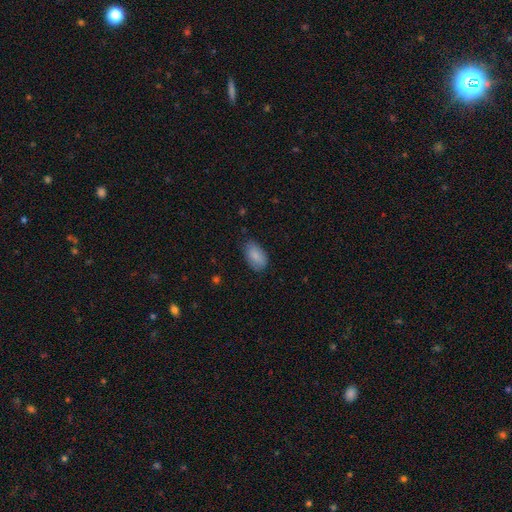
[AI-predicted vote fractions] Smooth or featured?
  - smooth: 85% *
  - featured or disk: 9%
  - star or artifact: 6%
How rounded?
  - in between: 94% *
  - round: 4%
  - cigar-shaped: 2%
Merging?
  - none: 71% *
  - minor disturbance: 24%
  - major disturbance: 4%
  - merger: 1%